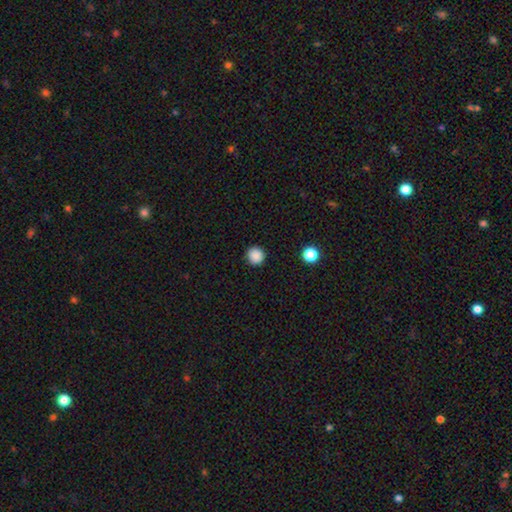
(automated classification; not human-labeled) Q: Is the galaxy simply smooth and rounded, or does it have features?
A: smooth — 87%.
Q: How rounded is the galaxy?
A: round — 95%.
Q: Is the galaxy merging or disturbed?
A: none — 92%.